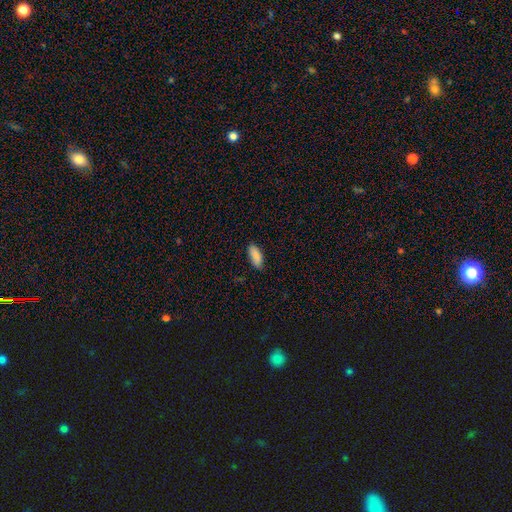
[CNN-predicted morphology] smooth_or_featured: smooth (p=0.89) [alt: star or artifact p=0.07]
how_rounded: in between (p=0.77) [alt: cigar-shaped p=0.21]
merging: none (p=0.85) [alt: minor disturbance p=0.12]